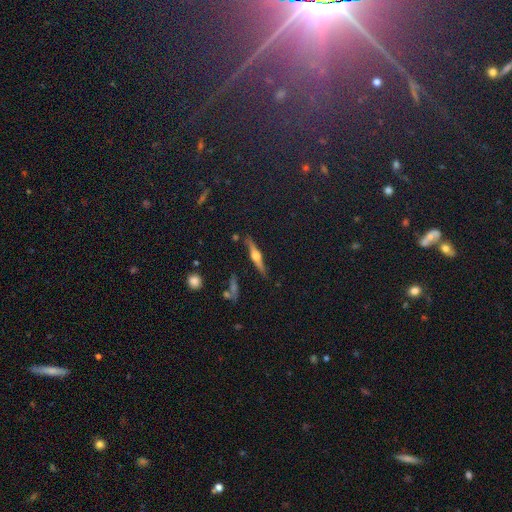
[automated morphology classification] type=featured or disk (73%); edge-on=yes (97%); edge-on bulge=rounded (93%); merging=none (86%).